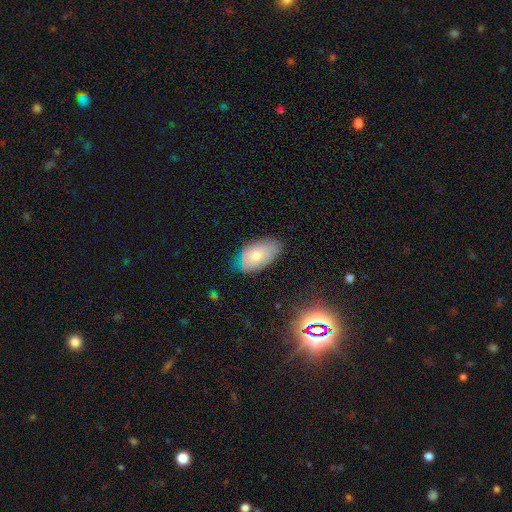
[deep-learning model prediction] Smooth or featured? Predicted: smooth (p=0.70). How rounded? Predicted: in between (p=0.94). Merging? Predicted: none (p=0.70).